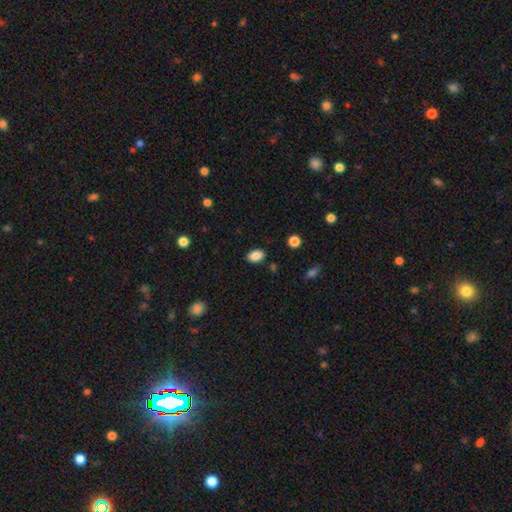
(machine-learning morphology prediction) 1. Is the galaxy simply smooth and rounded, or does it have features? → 87% smooth, 9% star or artifact, 5% featured or disk.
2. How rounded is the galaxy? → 86% in between, 13% round, 1% cigar-shaped.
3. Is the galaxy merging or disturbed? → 86% none, 10% minor disturbance, 2% major disturbance, 2% merger.